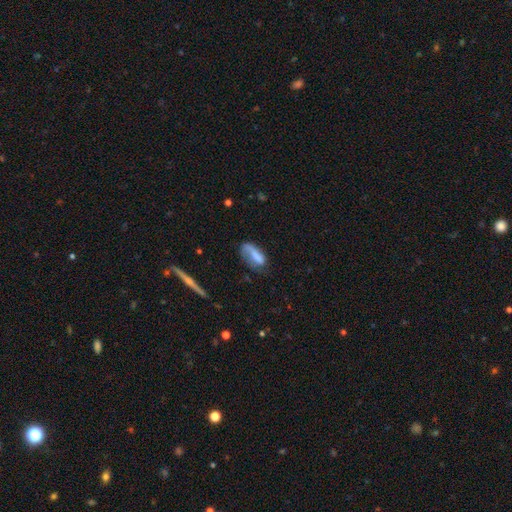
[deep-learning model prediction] A smooth galaxy with no disk features (64%) that is in between round and cigar-shaped (78%).

Vote fractions:
- Smooth or featured? smooth: 64% / featured or disk: 28% / star or artifact: 8%
- How rounded? in between: 78% / cigar-shaped: 19% / round: 4%
- Merging? none: 41% / minor disturbance: 30% / major disturbance: 25% / merger: 4%